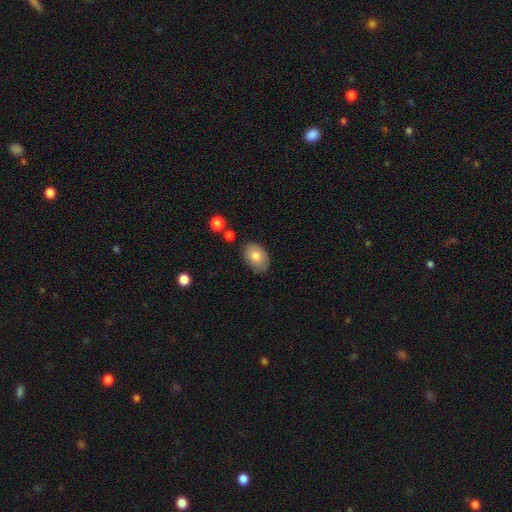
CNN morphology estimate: This appears to be a smooth galaxy with no disk features (78%) that is in between round and cigar-shaped (86%). Merging: none (78%).